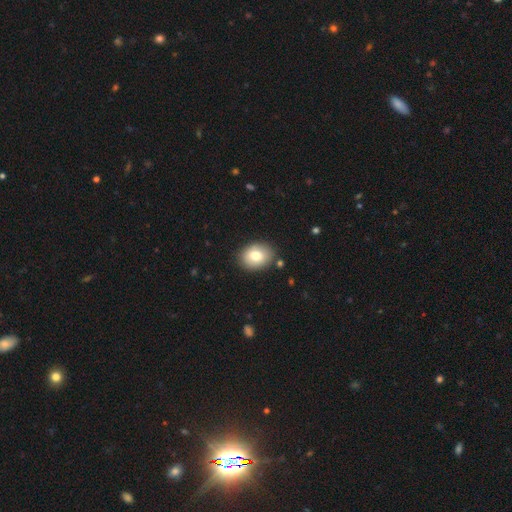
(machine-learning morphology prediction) Smooth or featured: smooth — 78% (featured or disk — 14%)
How rounded: in between — 65% (round — 34%)
Merging: none — 85% (minor disturbance — 10%)